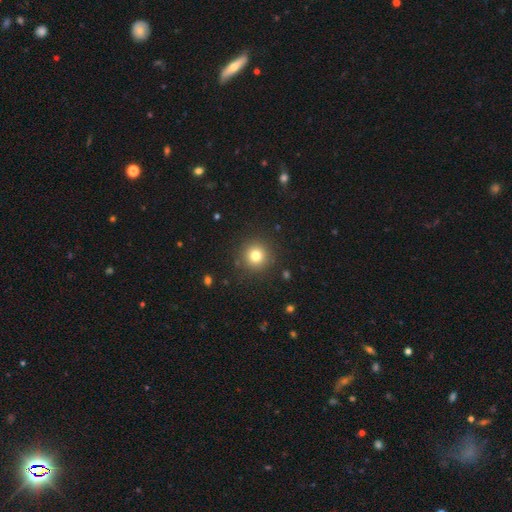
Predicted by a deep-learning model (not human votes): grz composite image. It shows a smooth galaxy with no disk features (79%) that is round (95%). Merging: none (90%).